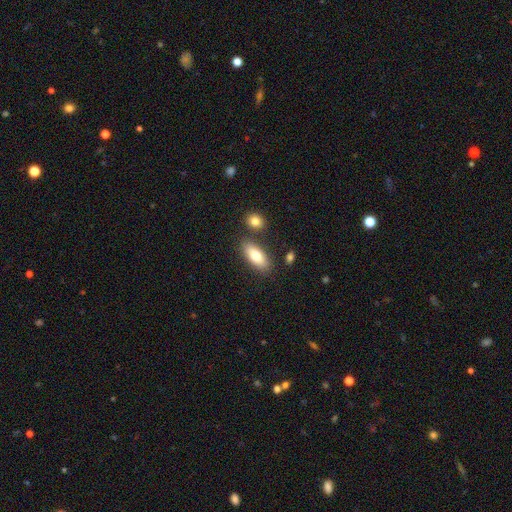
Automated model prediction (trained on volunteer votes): smooth 77%, featured or disk 16%, star or artifact 6%. Down the decision tree: how rounded — in between (79%); merging — none (78%).